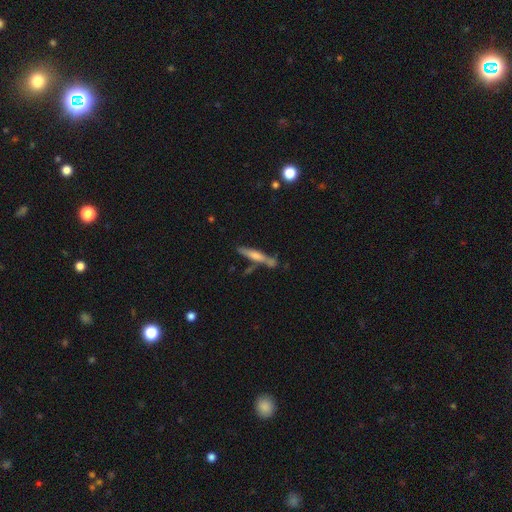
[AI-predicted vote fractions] Smooth or featured? Predicted: featured or disk (p=0.57). Edge-on disk? Predicted: yes (p=0.92). Edge-on bulge? Predicted: rounded (p=0.61). Merging? Predicted: none (p=0.68).